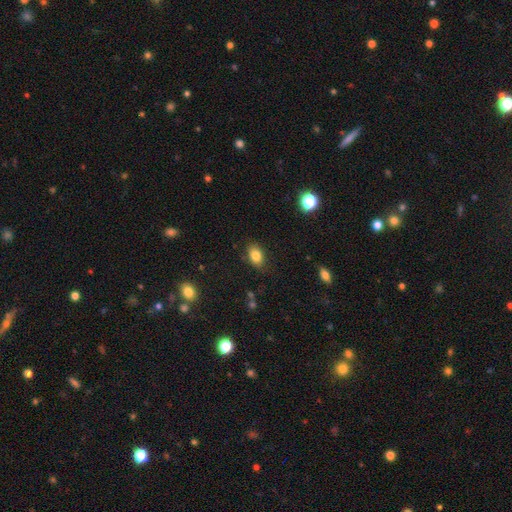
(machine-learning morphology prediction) Smooth or featured? Predicted: smooth (p=0.81). How rounded? Predicted: in between (p=0.84). Merging? Predicted: none (p=0.83).